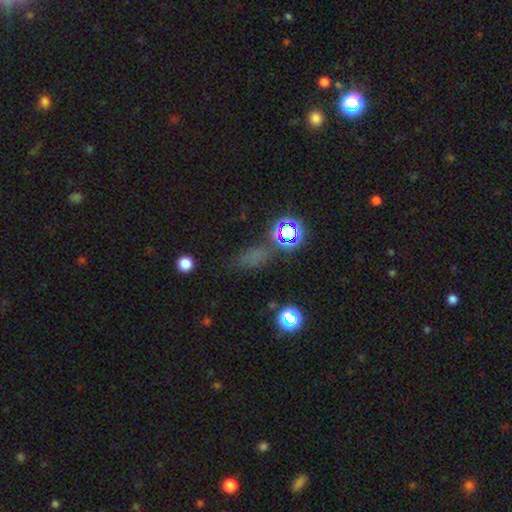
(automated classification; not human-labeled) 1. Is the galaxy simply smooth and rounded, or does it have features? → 45% star or artifact (tied), 45% smooth (tied), 10% featured or disk.